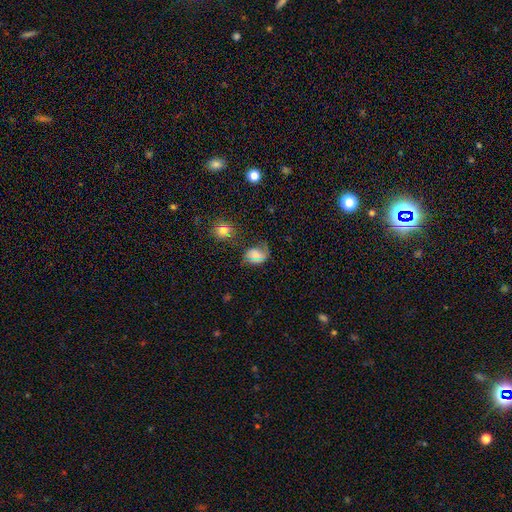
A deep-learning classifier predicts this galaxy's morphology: smooth_or_featured: smooth (p=0.57) [alt: featured or disk p=0.29]
how_rounded: in between (p=0.63) [alt: round p=0.36]
merging: none (p=0.48) [alt: minor disturbance p=0.30]